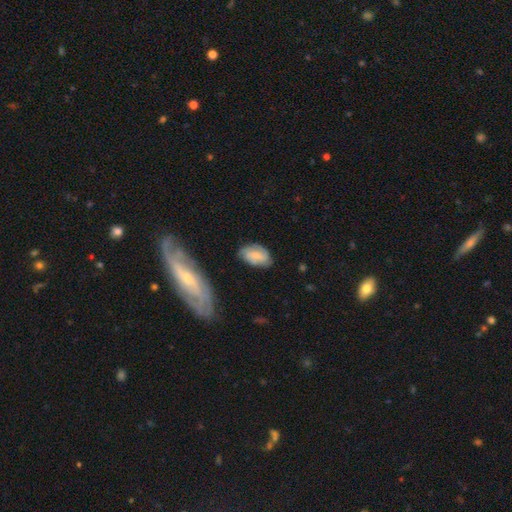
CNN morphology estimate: Smooth or featured?
  - featured or disk: 50% *
  - smooth: 42%
  - star or artifact: 8%
Edge-on disk?
  - no: 95% *
  - yes: 5%
Merging?
  - none: 68% *
  - minor disturbance: 22%
  - major disturbance: 7%
  - merger: 3%